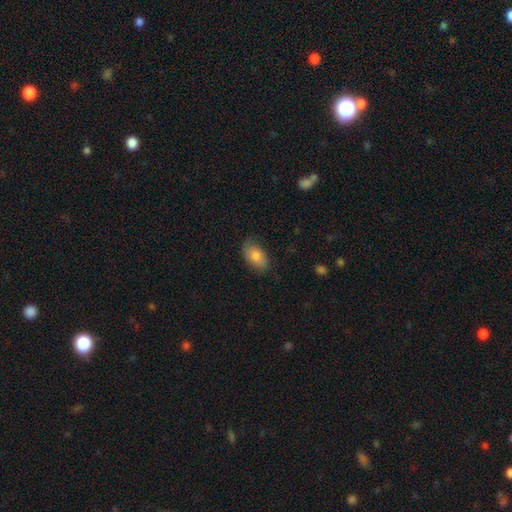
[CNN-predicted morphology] A smooth galaxy with no disk features (79%) that is in between round and cigar-shaped (92%). Merging: none (75%).